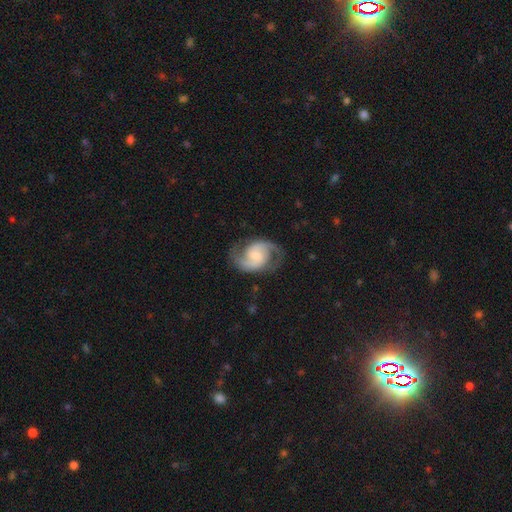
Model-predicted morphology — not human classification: Q: Smooth or featured?
A: featured or disk (87%); runner-up: smooth (8%)
Q: Edge-on disk?
A: no (98%); runner-up: yes (2%)
Q: Bar?
A: weak (47%); runner-up: no (40%)
Q: Spiral arms?
A: yes (97%); runner-up: no (3%)
Q: Spiral winding?
A: medium (57%); runner-up: loose (25%)
Q: Spiral arm count?
A: 2 (93%); runner-up: can't tell (3%)
Q: Bulge size?
A: small (43%); runner-up: moderate (35%)
Q: Merging?
A: none (78%); runner-up: minor disturbance (14%)